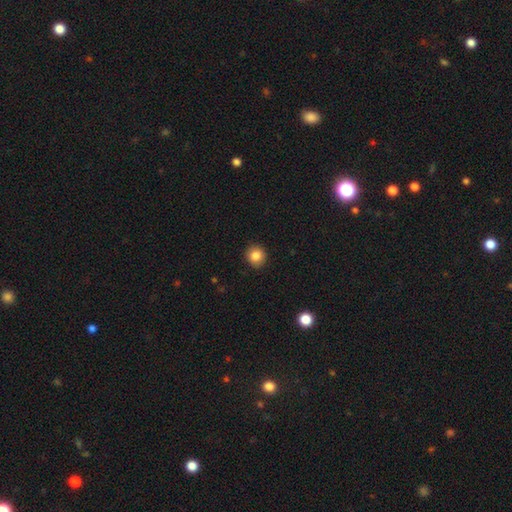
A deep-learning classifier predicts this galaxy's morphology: smooth 84%, star or artifact 10%, featured or disk 6%. Down the decision tree: how rounded — round (89%); merging — none (91%).